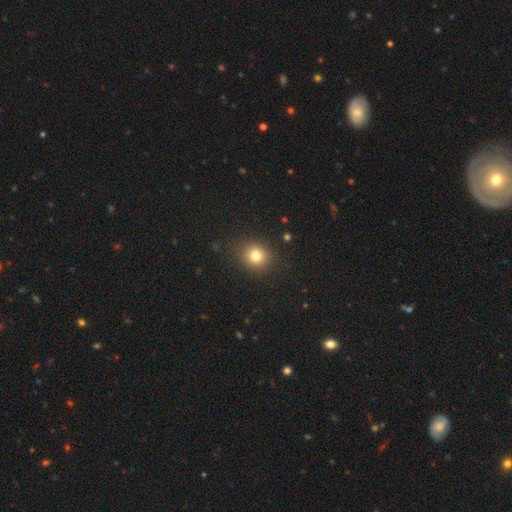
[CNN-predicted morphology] smooth 79%, star or artifact 14%, featured or disk 8%. Down the decision tree: how rounded — round (83%); merging — none (88%).